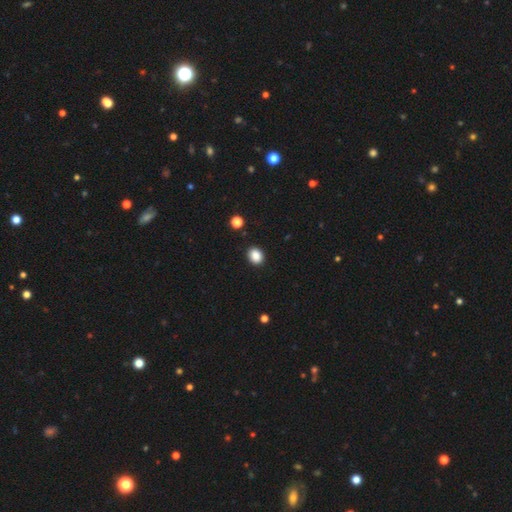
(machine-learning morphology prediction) Overall: smooth (87%). How rounded: round (50%; in between 49%). Merging: none (90%).